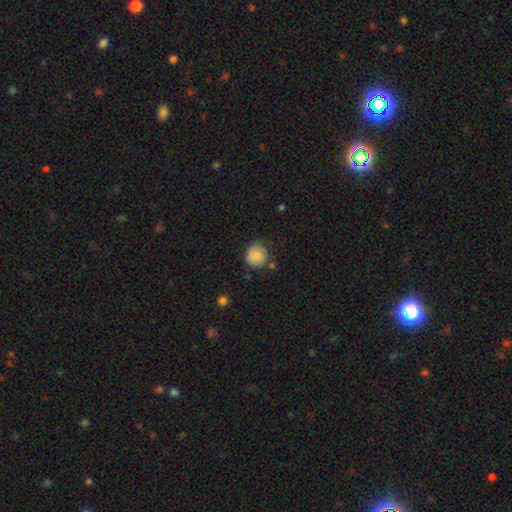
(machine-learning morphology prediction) Smooth or featured: smooth — 85% (star or artifact — 8%)
How rounded: round — 84% (in between — 15%)
Merging: none — 65% (minor disturbance — 25%)